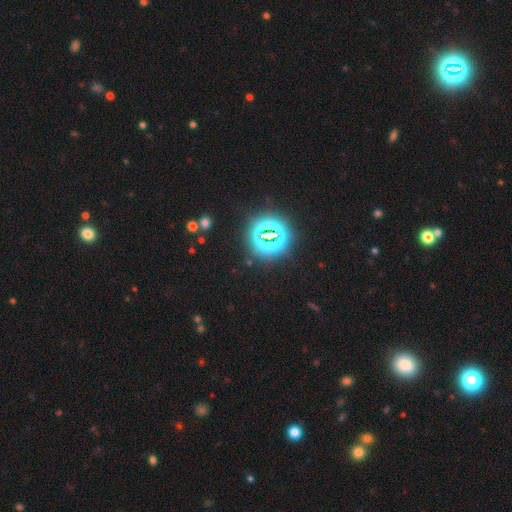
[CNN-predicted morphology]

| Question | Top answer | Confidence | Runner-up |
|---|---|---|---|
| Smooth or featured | star or artifact | 82% | smooth (12%) |